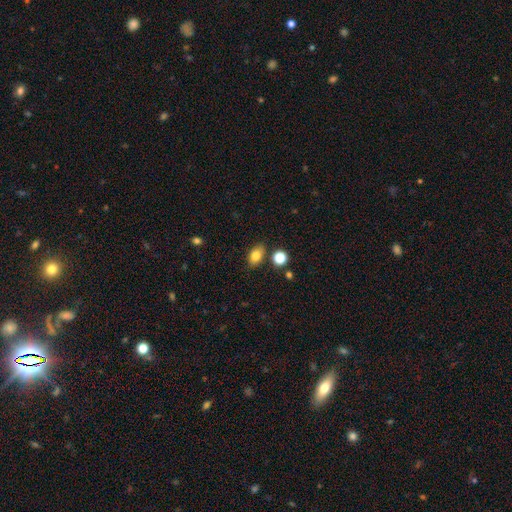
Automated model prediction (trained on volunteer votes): Overall: smooth (81%). How rounded: in between (81%). Merging: none (81%).